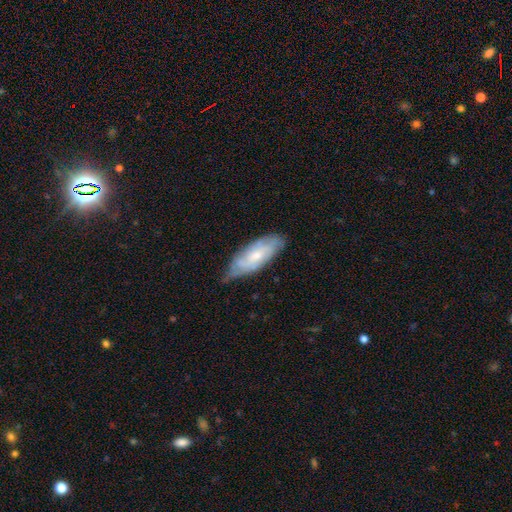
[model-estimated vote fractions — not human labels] Overall: featured or disk (56%; smooth 38%). Edge-on disk: no (81%). Merging: none (67%).